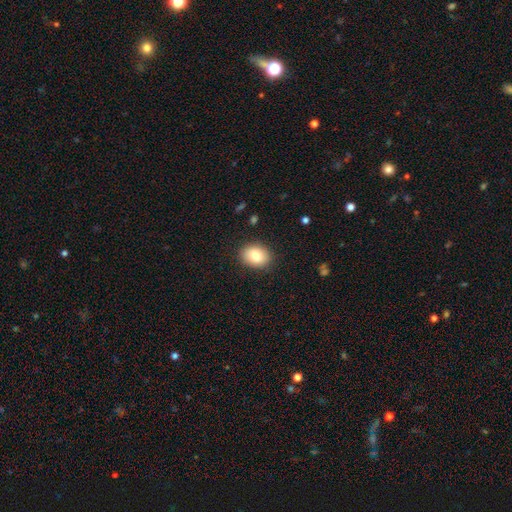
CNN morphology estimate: Smooth or featured: smooth — 82% (featured or disk — 10%)
How rounded: in between — 66% (round — 33%)
Merging: none — 88% (minor disturbance — 9%)